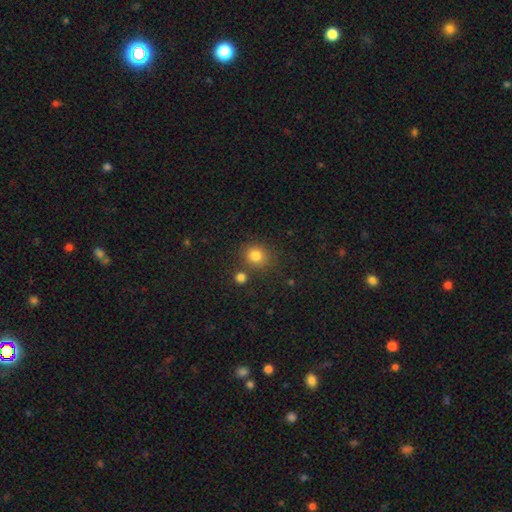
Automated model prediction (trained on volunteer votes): This is clearly a smooth galaxy (81%). How rounded: likely round (78%). Merging: likely none (77%).